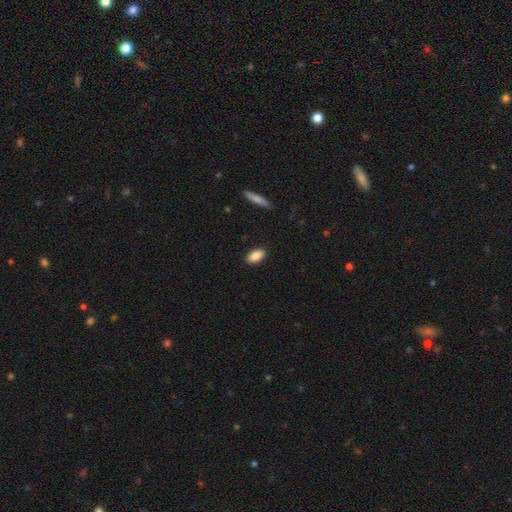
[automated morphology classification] A smooth galaxy with no disk features (88%) that is in between round and cigar-shaped (91%). Merging: none (89%).